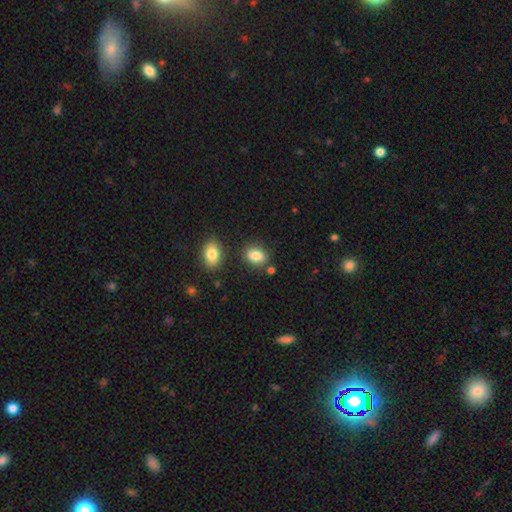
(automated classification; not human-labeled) smooth-or-featured: smooth: 83% | star or artifact: 9% | featured or disk: 8%
  how-rounded: in between: 78% | round: 21% | cigar-shaped: 2%
  merging: none: 79% | minor disturbance: 12% | merger: 7% | major disturbance: 3%